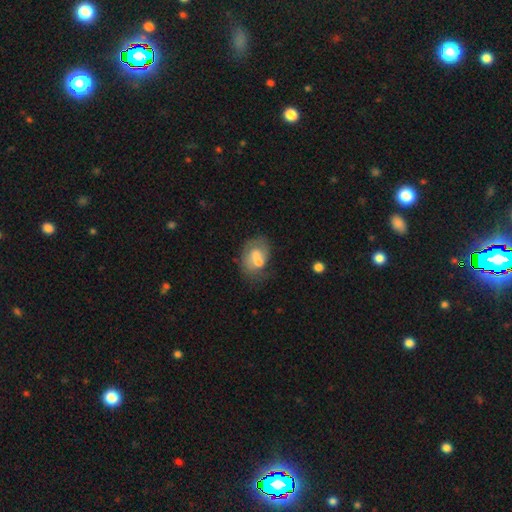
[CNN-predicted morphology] A smooth galaxy with no disk features (54%) that is in between round and cigar-shaped (75%).

Vote fractions:
- Smooth or featured? smooth: 54% / featured or disk: 37% / star or artifact: 9%
- How rounded? in between: 75% / round: 23% / cigar-shaped: 2%
- Merging? none: 35% / merger: 33% / minor disturbance: 20% / major disturbance: 11%